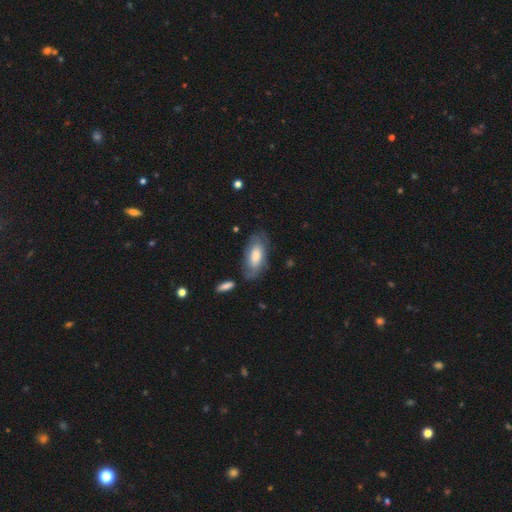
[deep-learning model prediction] Smooth or featured? smooth (61%)
How rounded? in between (86%)
Merging? none (70%)